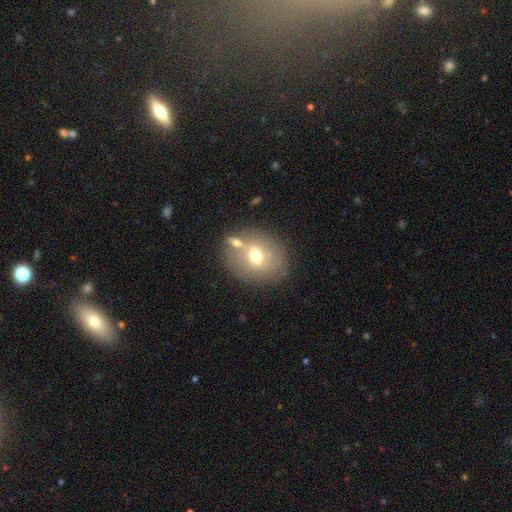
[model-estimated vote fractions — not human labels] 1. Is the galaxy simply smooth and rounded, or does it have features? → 57% smooth, 32% featured or disk, 11% star or artifact.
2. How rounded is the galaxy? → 55% round, 43% in between, 1% cigar-shaped.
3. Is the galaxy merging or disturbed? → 61% none, 19% merger, 14% minor disturbance, 6% major disturbance.